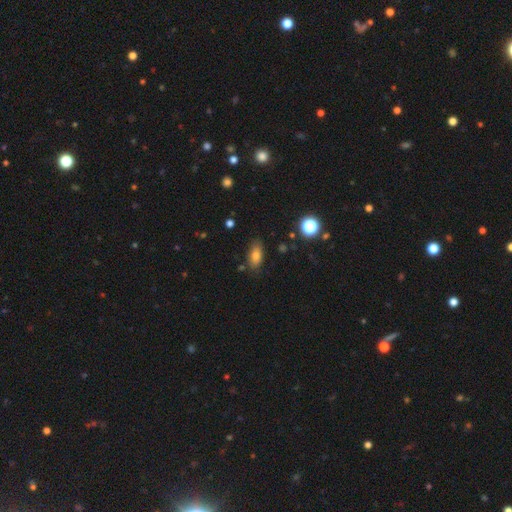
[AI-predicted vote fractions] Overall: smooth (77%). How rounded: in between (84%). Merging: none (80%).